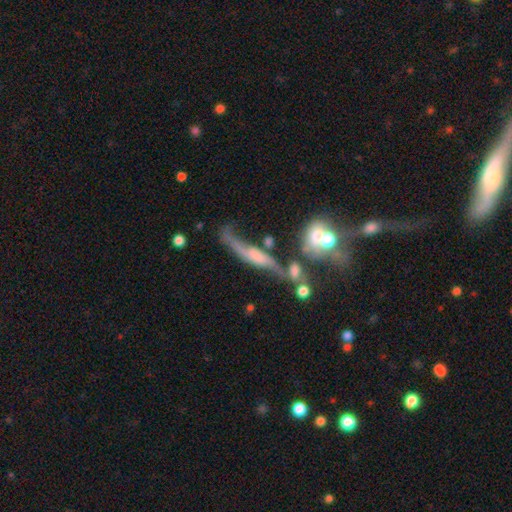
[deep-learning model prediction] A featured or disk galaxy (69%).

Vote fractions:
- Smooth or featured? featured or disk: 69% / smooth: 20% / star or artifact: 11%
- Edge-on disk? no: 58% / yes: 42%
- Merging? none: 35% / merger: 27% / major disturbance: 20% / minor disturbance: 18%